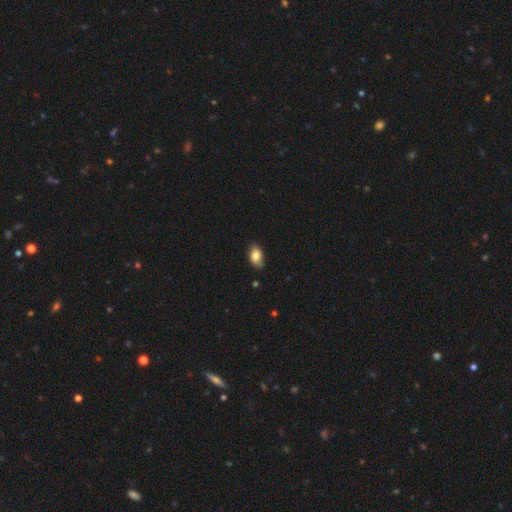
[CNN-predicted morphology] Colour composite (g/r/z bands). It shows a smooth galaxy with no disk features (83%) that is in between round and cigar-shaped (91%). Merging: none (77%).